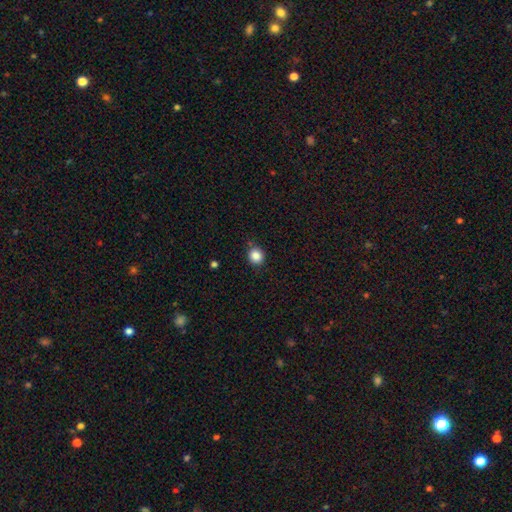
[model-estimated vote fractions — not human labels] This appears to be a smooth galaxy with no disk features (86%) that is round (84%). Merging: none (81%).